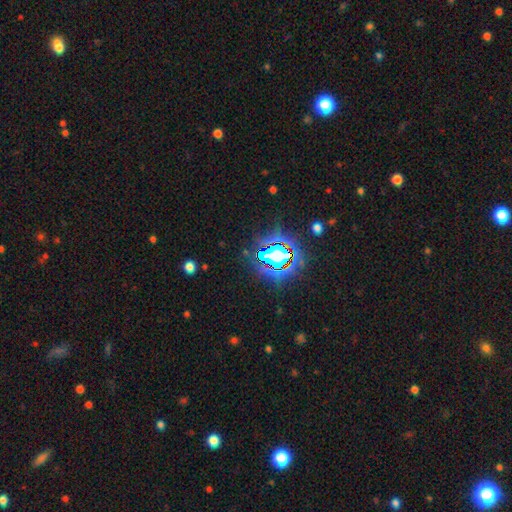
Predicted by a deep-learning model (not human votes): This appears to be a star or artifact, not a galaxy (81%).